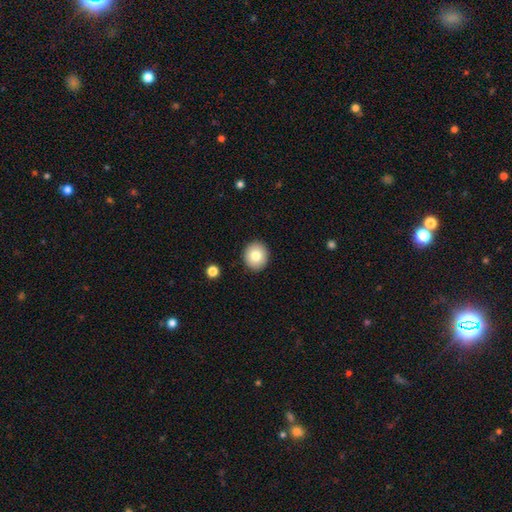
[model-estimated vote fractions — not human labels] Q: Smooth or featured?
A: smooth (80%); runner-up: featured or disk (11%)
Q: How rounded?
A: round (85%); runner-up: in between (15%)
Q: Merging?
A: none (91%); runner-up: minor disturbance (6%)